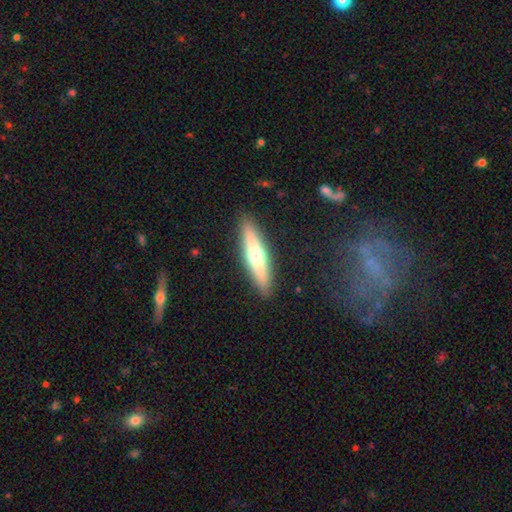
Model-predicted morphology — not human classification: type=featured or disk (49%); merging=none (89%).